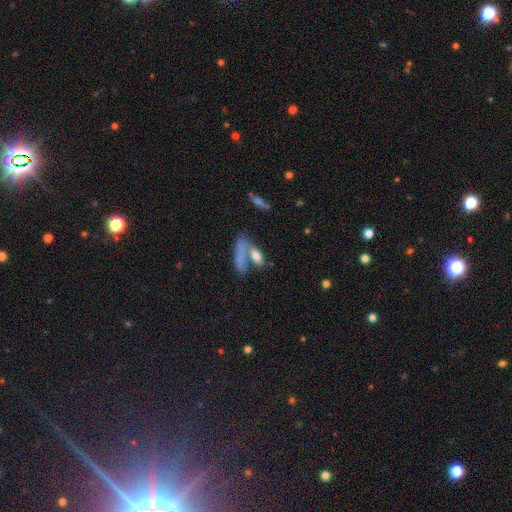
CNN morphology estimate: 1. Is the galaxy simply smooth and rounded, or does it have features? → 73% smooth, 18% featured or disk, 9% star or artifact.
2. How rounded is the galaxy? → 69% in between, 26% cigar-shaped, 5% round.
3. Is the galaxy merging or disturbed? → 45% merger, 36% none, 11% minor disturbance, 9% major disturbance.